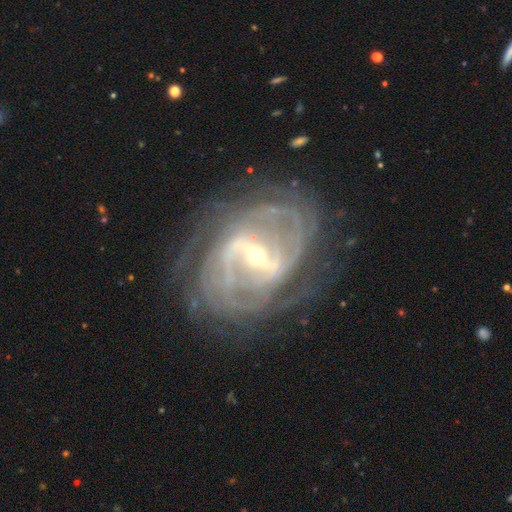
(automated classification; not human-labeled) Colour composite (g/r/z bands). It shows a featured or disk galaxy (91%) with a strong bar (60%), 2 (30%) tight (54%) spiral arms (96%) and a small central bulge (64%). Merging: none (74%).